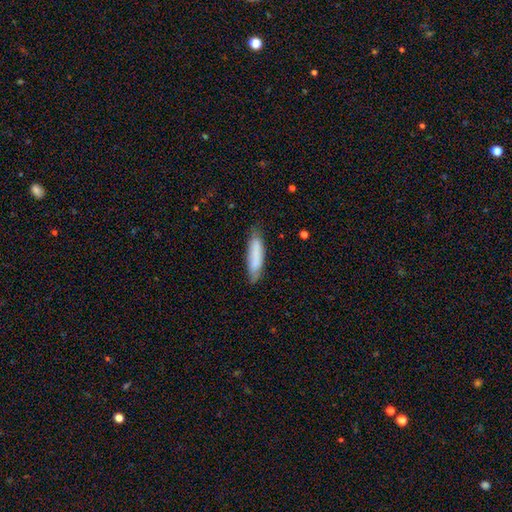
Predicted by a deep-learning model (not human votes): Overall: smooth (80%). How rounded: cigar-shaped (71%). Merging: none (74%).